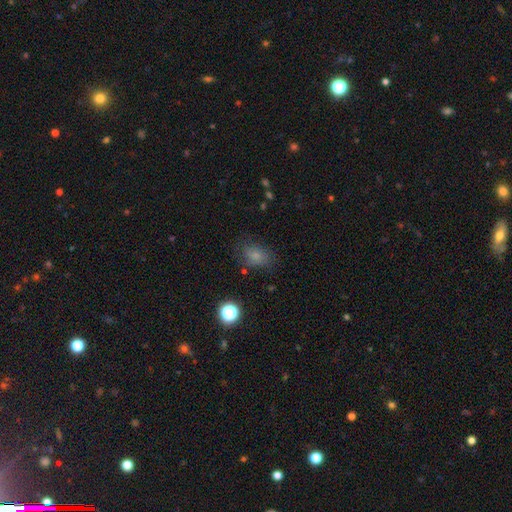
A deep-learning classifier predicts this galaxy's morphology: A smooth galaxy with no disk features (75%) that is in between round and cigar-shaped (65%). Merging: none (71%).